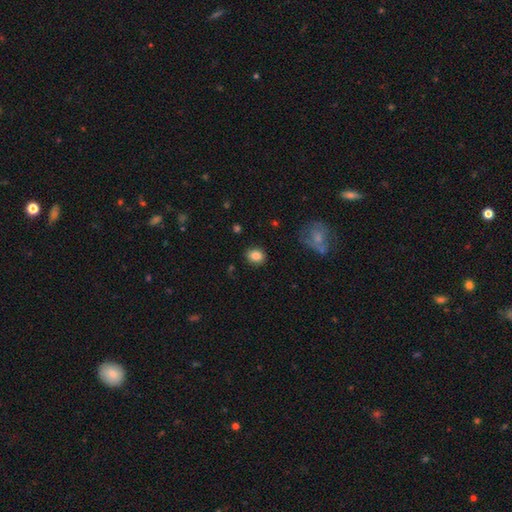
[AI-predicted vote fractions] A smooth galaxy with no disk features (85%) that is round (59%).

Vote fractions:
- Smooth or featured? smooth: 85% / star or artifact: 9% / featured or disk: 6%
- How rounded? round: 59% / in between: 40% / cigar-shaped: 1%
- Merging? none: 88% / minor disturbance: 9% / major disturbance: 2% / merger: 1%